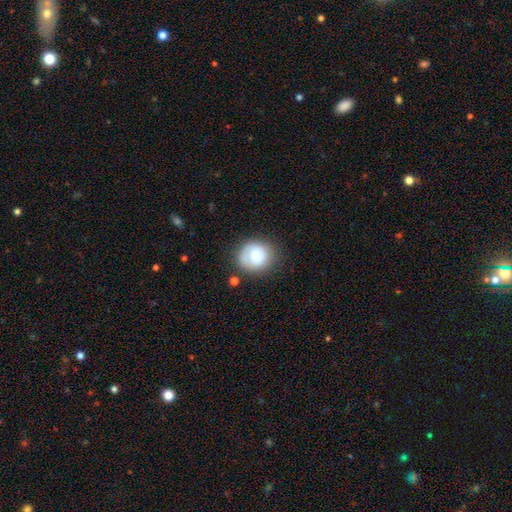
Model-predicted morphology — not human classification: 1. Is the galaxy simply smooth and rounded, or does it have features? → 71% smooth, 21% featured or disk, 8% star or artifact.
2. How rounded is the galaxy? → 77% round, 22% in between, 1% cigar-shaped.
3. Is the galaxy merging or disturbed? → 69% none, 20% minor disturbance, 7% major disturbance, 4% merger.